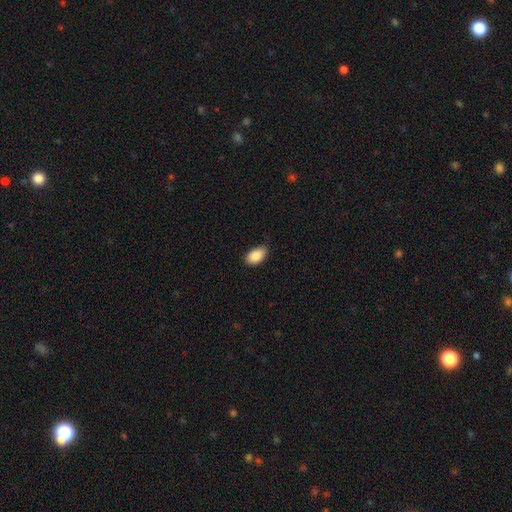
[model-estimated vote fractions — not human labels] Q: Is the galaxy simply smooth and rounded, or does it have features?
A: smooth — 89%.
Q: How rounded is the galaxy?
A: in between — 93%.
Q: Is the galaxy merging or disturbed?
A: none — 70%.